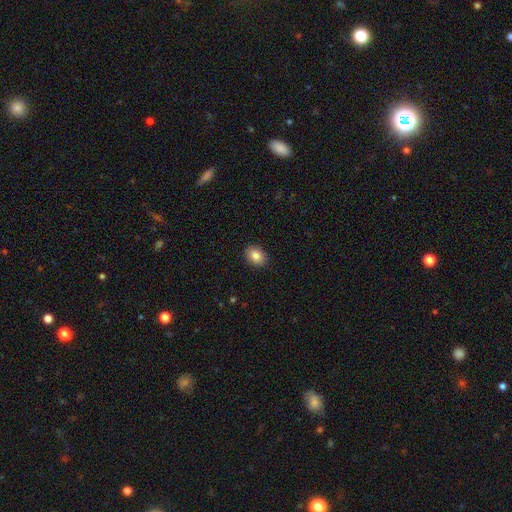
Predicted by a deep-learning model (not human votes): Smooth or featured? smooth (85%)
How rounded? in between (68%)
Merging? none (90%)